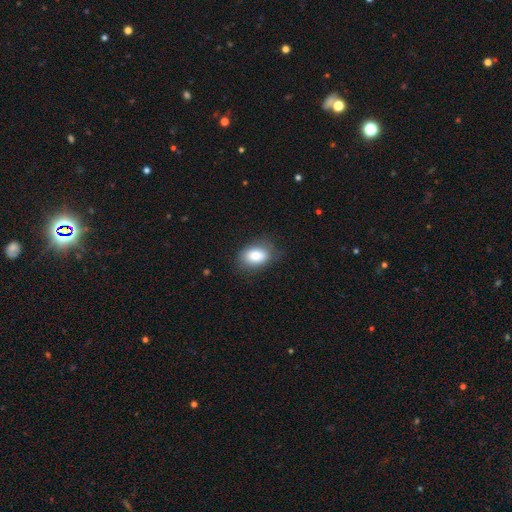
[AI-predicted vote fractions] A smooth galaxy with no disk features (81%) that is in between round and cigar-shaped (80%). Merging: none (74%).